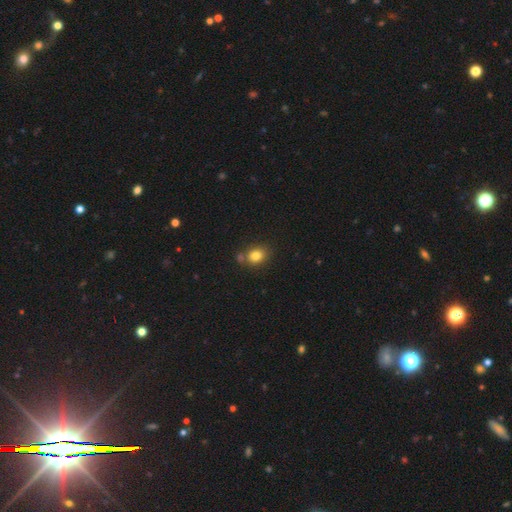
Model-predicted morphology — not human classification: Smooth or featured? smooth (81%)
How rounded? round (54%)
Merging? none (68%)